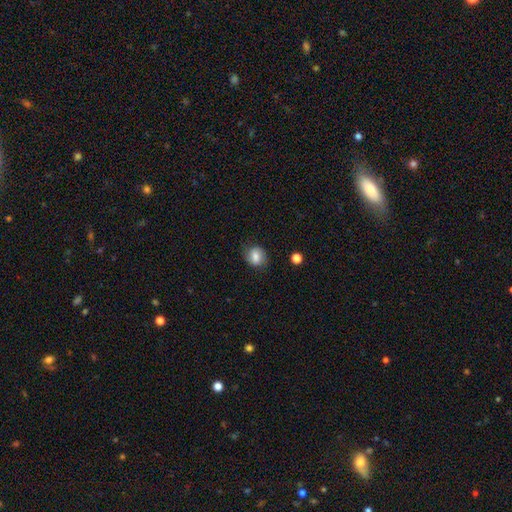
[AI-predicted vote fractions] smooth-or-featured: smooth: 74% | featured or disk: 16% | star or artifact: 9%
  how-rounded: round: 63% | in between: 36% | cigar-shaped: 1%
  merging: none: 78% | minor disturbance: 16% | major disturbance: 4% | merger: 1%